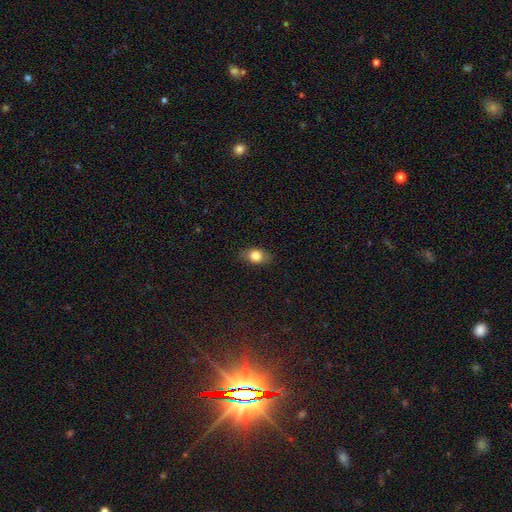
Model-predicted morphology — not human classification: Smooth or featured?
  - smooth: 79% *
  - featured or disk: 12%
  - star or artifact: 9%
How rounded?
  - in between: 73% *
  - round: 24%
  - cigar-shaped: 3%
Merging?
  - none: 82% *
  - minor disturbance: 13%
  - major disturbance: 3%
  - merger: 1%